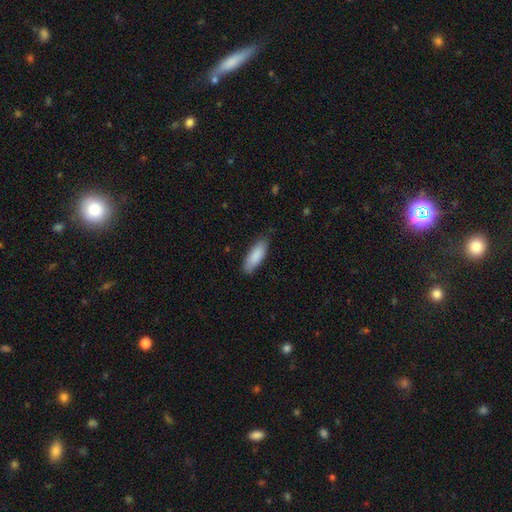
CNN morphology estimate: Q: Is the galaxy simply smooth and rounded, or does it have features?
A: smooth — 87%.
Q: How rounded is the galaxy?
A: in between — 63%.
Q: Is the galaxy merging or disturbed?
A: none — 82%.